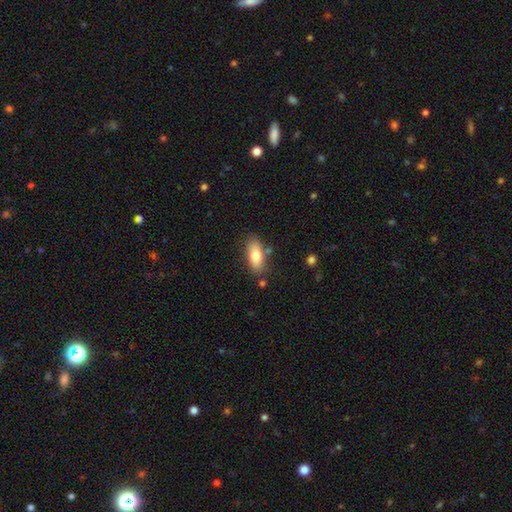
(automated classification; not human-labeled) Morphology: type=smooth (79%); roundness=in between (81%); merging=none (77%).